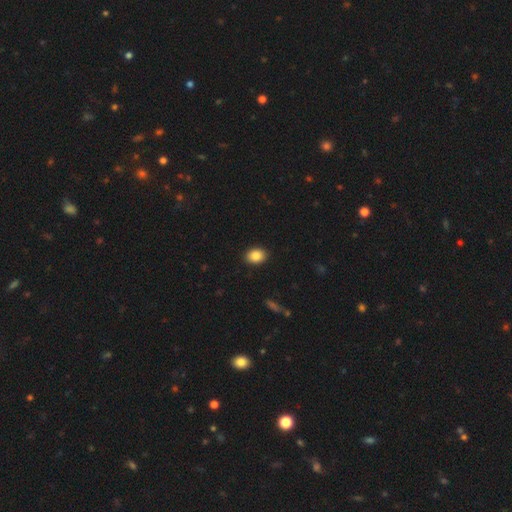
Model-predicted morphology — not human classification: Q: Smooth or featured?
A: smooth (87%); runner-up: star or artifact (8%)
Q: How rounded?
A: in between (69%); runner-up: round (30%)
Q: Merging?
A: none (90%); runner-up: minor disturbance (7%)